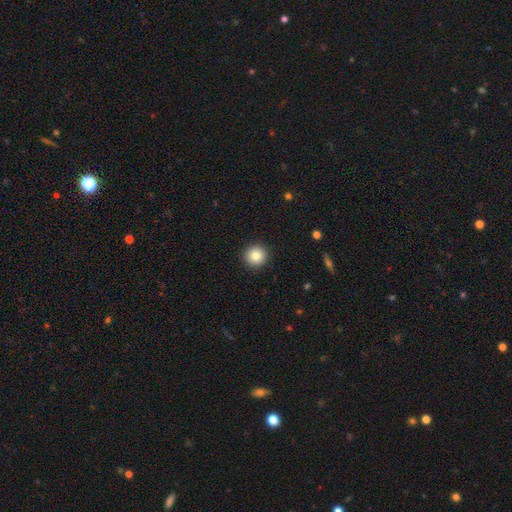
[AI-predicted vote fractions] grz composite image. It shows a smooth galaxy with no disk features (84%) that is round (95%). Merging: none (93%).